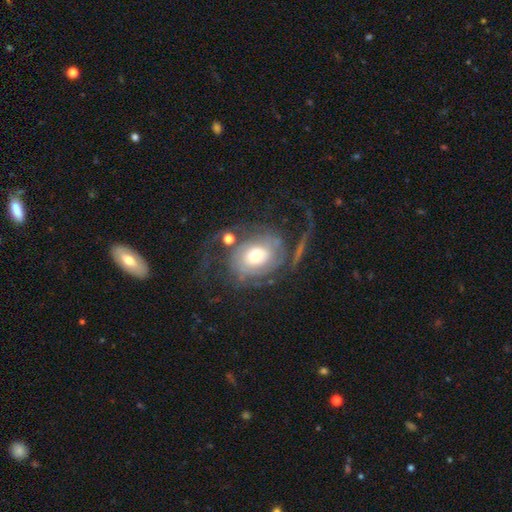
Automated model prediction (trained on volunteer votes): A featured or disk galaxy (71%) with no bar (71%), 2 (40%) medium (35%) spiral arms (81%) and a moderate central bulge (57%).

Vote fractions:
- Smooth or featured? featured or disk: 71% / smooth: 21% / star or artifact: 8%
- Edge-on disk? no: 96% / yes: 4%
- Bar? no: 71% / weak: 23% / strong: 6%
- Spiral arms? yes: 81% / no: 19%
- Spiral winding? medium: 35% / tight: 33% / loose: 33%
- Spiral arm count? 2: 40% / can't tell: 30% / 1: 10% / 3: 10% / 4: 5% / more than 4: 4%
- Bulge size? moderate: 57% / large: 25% / small: 12% / dominant: 4% / none: 2%
- Merging? none: 41% / major disturbance: 35% / minor disturbance: 16% / merger: 7%